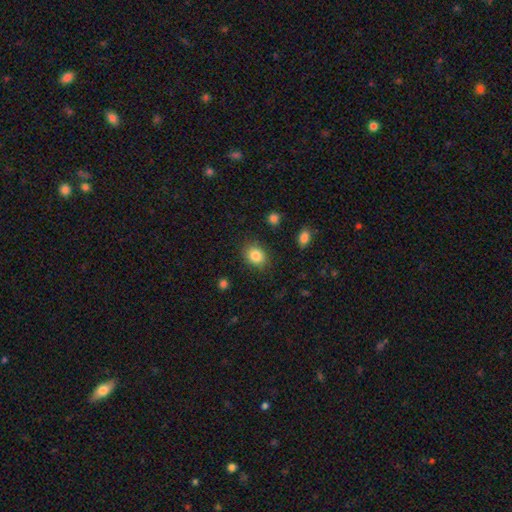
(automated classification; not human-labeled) A smooth galaxy with no disk features (85%) that is in between round and cigar-shaped (51%).

Vote fractions:
- Smooth or featured? smooth: 85% / star or artifact: 9% / featured or disk: 6%
- How rounded? in between: 51% / round: 48% / cigar-shaped: 1%
- Merging? none: 84% / minor disturbance: 11% / major disturbance: 3% / merger: 2%